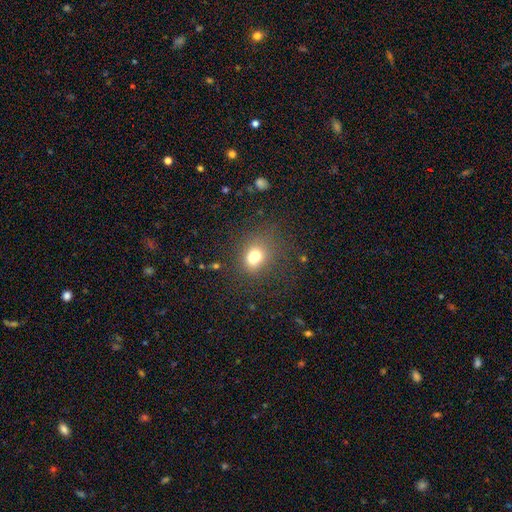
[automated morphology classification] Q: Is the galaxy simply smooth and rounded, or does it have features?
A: smooth — 69%.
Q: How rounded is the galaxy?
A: round — 62%.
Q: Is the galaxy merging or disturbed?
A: none — 42%.